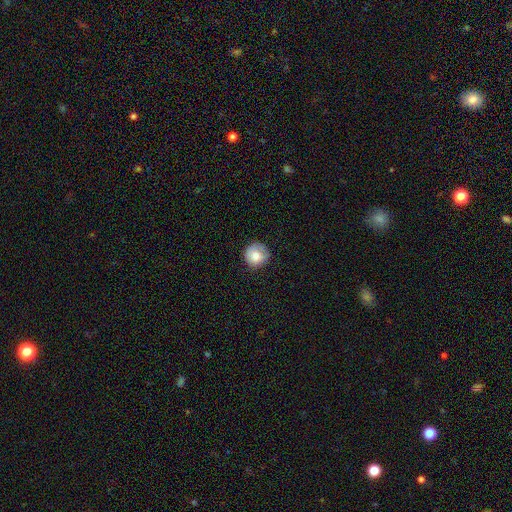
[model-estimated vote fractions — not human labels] smooth-or-featured: smooth: 77% | featured or disk: 14% | star or artifact: 9%
  how-rounded: round: 92% | in between: 7% | cigar-shaped: 1%
  merging: none: 75% | minor disturbance: 19% | major disturbance: 5% | merger: 1%